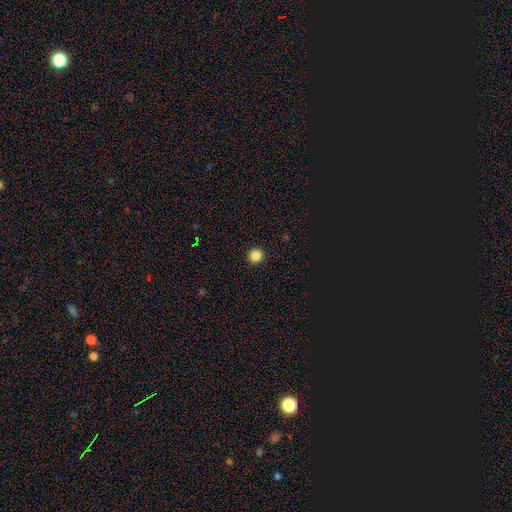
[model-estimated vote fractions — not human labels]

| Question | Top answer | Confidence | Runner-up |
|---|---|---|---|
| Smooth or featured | smooth | 86% | star or artifact (11%) |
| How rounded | round | 89% | in between (10%) |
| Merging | none | 93% | minor disturbance (5%) |